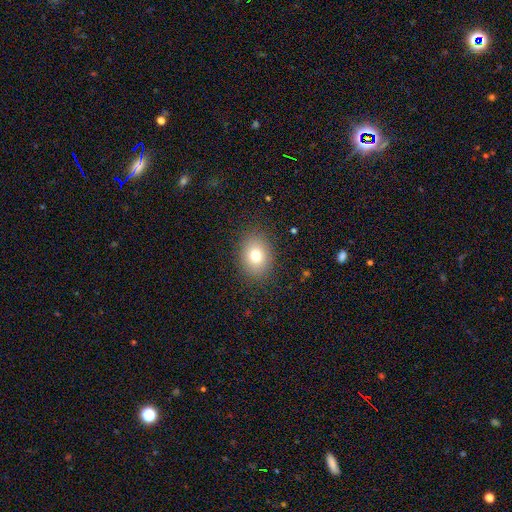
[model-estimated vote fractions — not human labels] This is likely a smooth galaxy (76%). How rounded: possibly in between (53%). Merging: clearly none (87%).